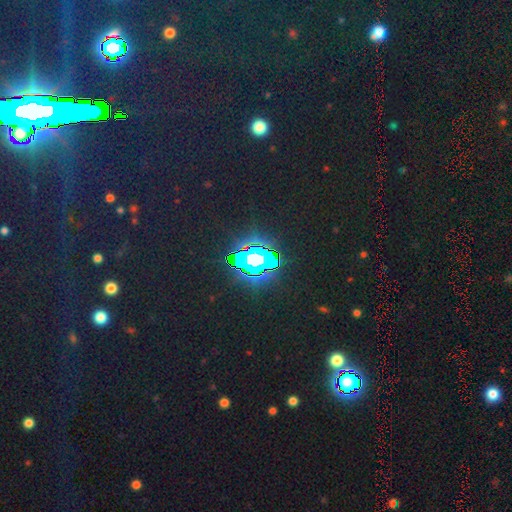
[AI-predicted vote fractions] Smooth or featured: star or artifact — 76% (smooth — 14%)